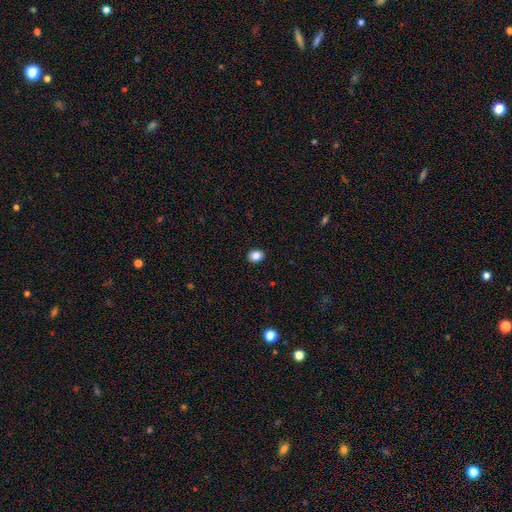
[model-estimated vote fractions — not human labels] A smooth galaxy with no disk features (86%) that is in between round and cigar-shaped (51%).

Vote fractions:
- Smooth or featured? smooth: 86% / star or artifact: 9% / featured or disk: 4%
- How rounded? in between: 51% / round: 49% / cigar-shaped: 1%
- Merging? none: 91% / minor disturbance: 6% / major disturbance: 2% / merger: 1%